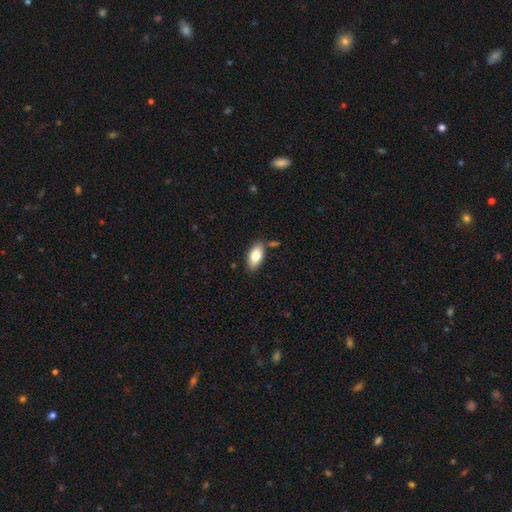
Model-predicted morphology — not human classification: This is likely a smooth galaxy (80%). How rounded: clearly in between (91%). Merging: likely none (78%).